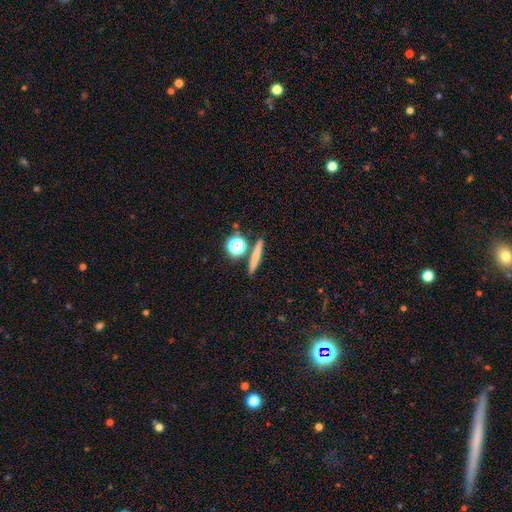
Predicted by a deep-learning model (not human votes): A smooth galaxy with no disk features (66%) that is cigar-shaped (70%).

Vote fractions:
- Smooth or featured? smooth: 66% / featured or disk: 20% / star or artifact: 14%
- How rounded? cigar-shaped: 70% / round: 19% / in between: 10%
- Merging? none: 82% / merger: 8% / minor disturbance: 8% / major disturbance: 3%